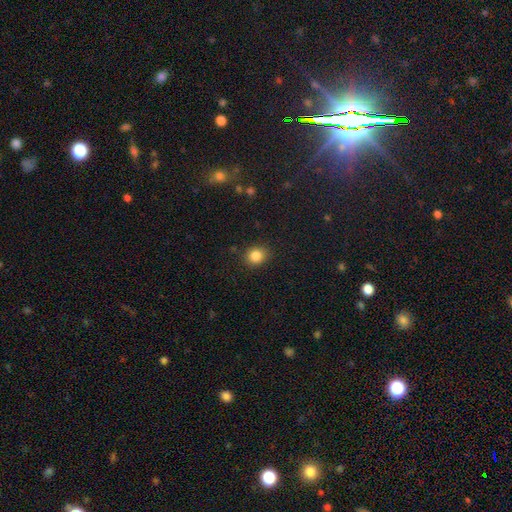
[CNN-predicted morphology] Smooth or featured? Predicted: smooth (p=0.85). How rounded? Predicted: round (p=0.76). Merging? Predicted: none (p=0.87).